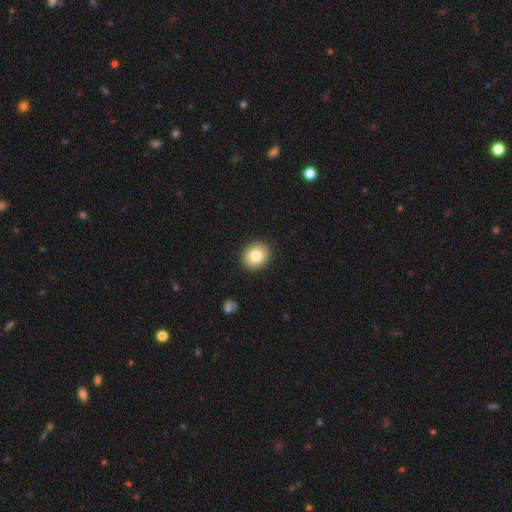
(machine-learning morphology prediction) Q: Smooth or featured?
A: smooth (80%); runner-up: featured or disk (11%)
Q: How rounded?
A: round (74%); runner-up: in between (25%)
Q: Merging?
A: none (91%); runner-up: minor disturbance (6%)